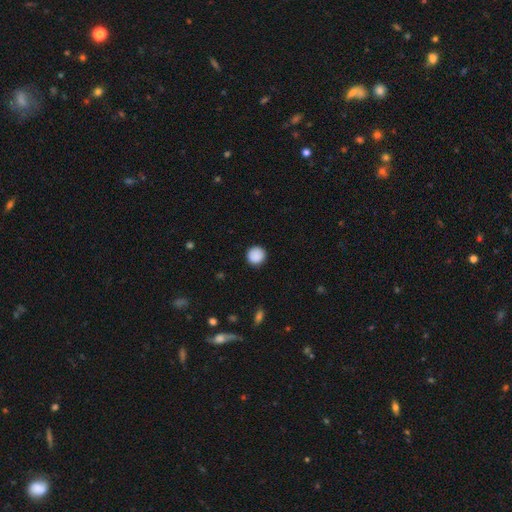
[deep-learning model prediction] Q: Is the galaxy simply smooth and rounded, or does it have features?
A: smooth — 89%.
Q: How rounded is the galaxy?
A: round — 95%.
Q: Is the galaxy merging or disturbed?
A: none — 91%.